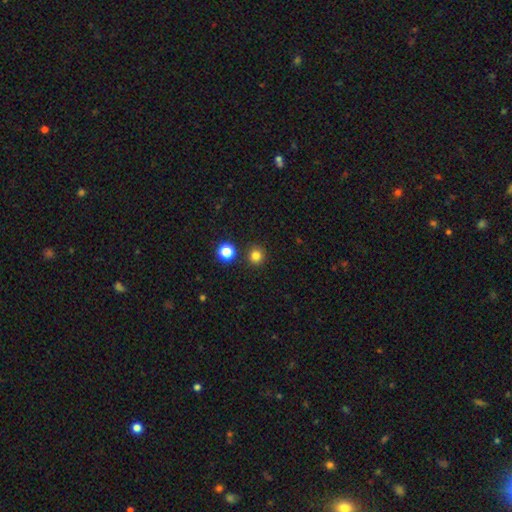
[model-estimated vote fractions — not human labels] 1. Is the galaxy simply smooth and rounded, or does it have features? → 81% smooth, 14% star or artifact, 4% featured or disk.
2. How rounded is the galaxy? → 94% round, 5% in between, 1% cigar-shaped.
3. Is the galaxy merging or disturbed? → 90% none, 5% minor disturbance, 4% merger, 2% major disturbance.